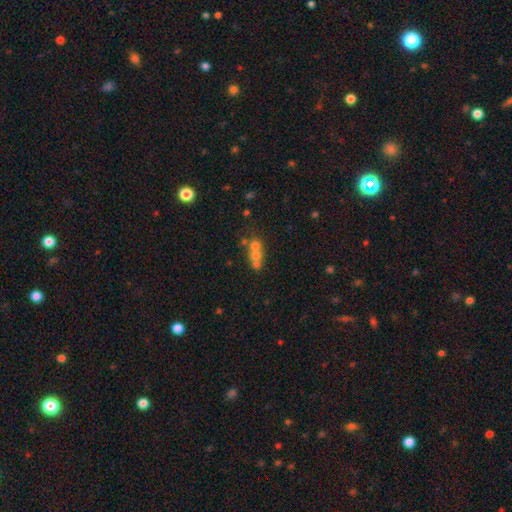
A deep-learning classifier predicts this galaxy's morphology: A smooth galaxy with no disk features (51%) that is round (72%).

Vote fractions:
- Smooth or featured? smooth: 51% / featured or disk: 29% / star or artifact: 20%
- How rounded? round: 72% / in between: 26% / cigar-shaped: 3%
- Merging? merger: 58% / none: 31% / minor disturbance: 7% / major disturbance: 5%